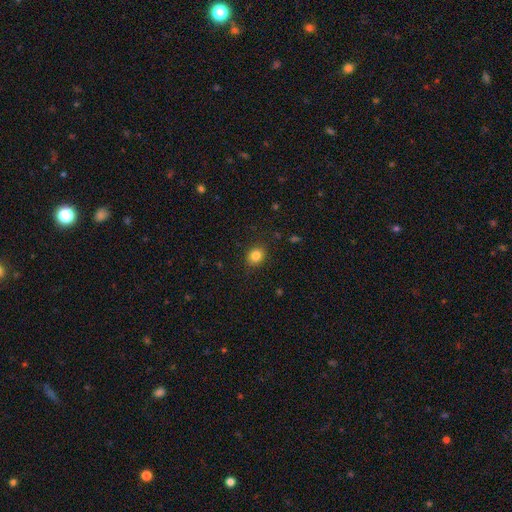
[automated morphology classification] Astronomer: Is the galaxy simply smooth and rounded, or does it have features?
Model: smooth — 84%.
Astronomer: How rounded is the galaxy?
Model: round — 58% (runner-up: in between, 41%).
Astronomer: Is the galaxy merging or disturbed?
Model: none — 87%.